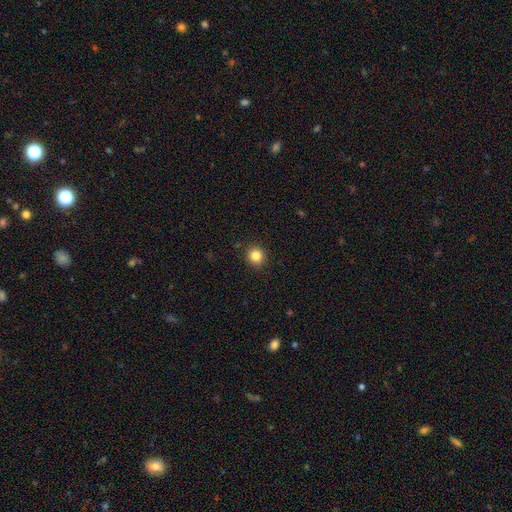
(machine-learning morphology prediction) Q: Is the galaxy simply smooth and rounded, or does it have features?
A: smooth — 84%.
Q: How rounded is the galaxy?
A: round — 91%.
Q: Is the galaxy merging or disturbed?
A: none — 91%.